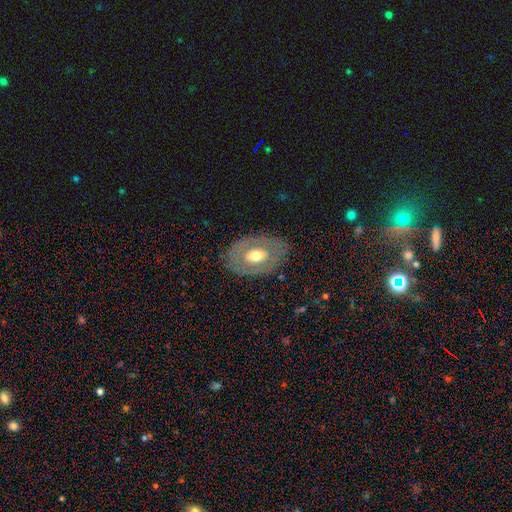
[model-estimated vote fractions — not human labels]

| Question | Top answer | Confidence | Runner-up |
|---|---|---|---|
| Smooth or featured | featured or disk | 48% | smooth (46%) |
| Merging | none | 81% | minor disturbance (13%) |